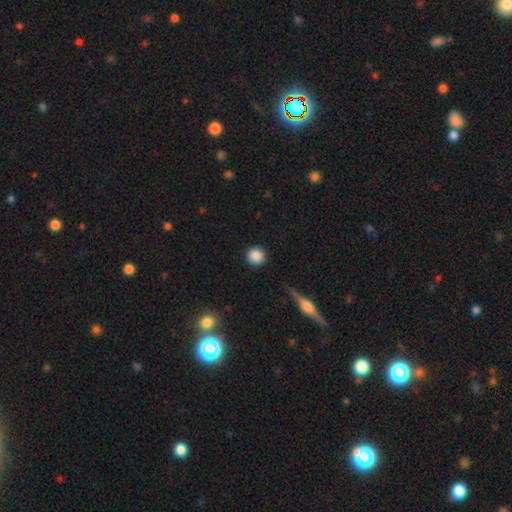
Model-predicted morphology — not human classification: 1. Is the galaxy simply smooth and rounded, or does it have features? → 88% smooth, 8% star or artifact, 4% featured or disk.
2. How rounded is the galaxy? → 95% round, 4% in between, 1% cigar-shaped.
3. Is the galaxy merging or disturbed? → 90% none, 6% minor disturbance, 3% major disturbance, 2% merger.